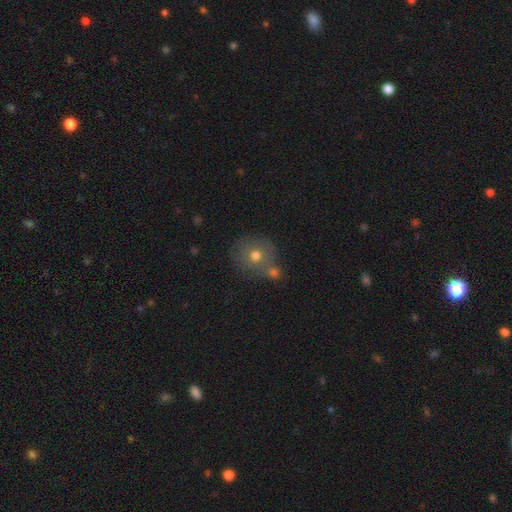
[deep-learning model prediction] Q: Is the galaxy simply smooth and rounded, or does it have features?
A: smooth — 69%.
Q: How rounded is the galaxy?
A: round — 83%.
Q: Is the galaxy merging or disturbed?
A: none — 52%.